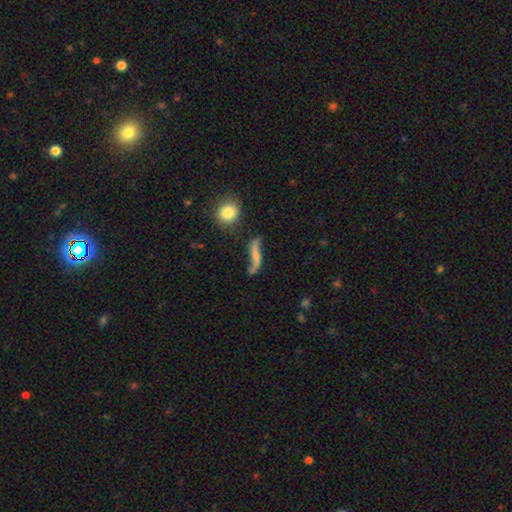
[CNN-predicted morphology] A featured or disk galaxy (74%) with no bar (54%), 2 (91%) loose (93%) spiral arms (90%) and a small central bulge (45%). Merging: none (59%).